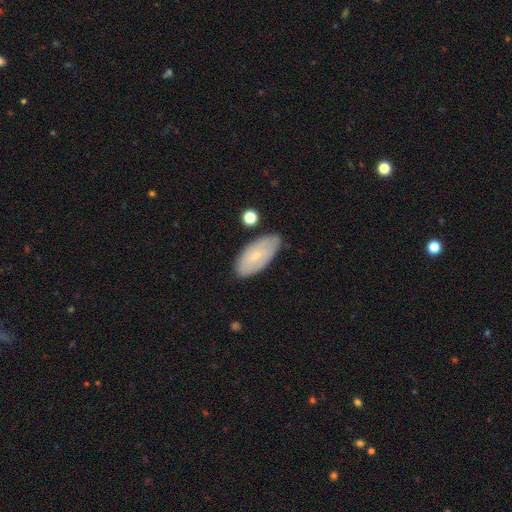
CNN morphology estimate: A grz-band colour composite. It shows a smooth galaxy with no disk features (55%) that is in between round and cigar-shaped (90%). Merging: none (76%).